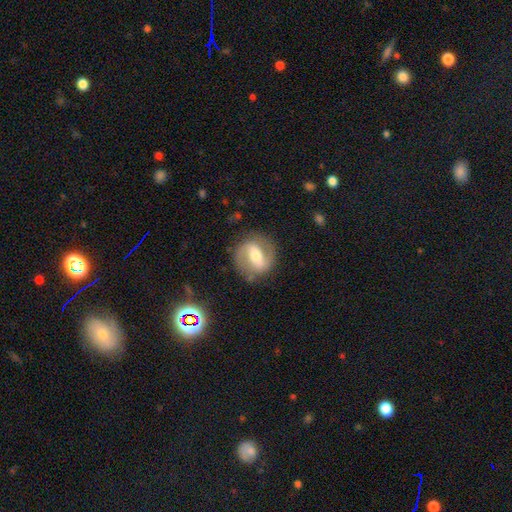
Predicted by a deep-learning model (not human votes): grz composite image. It shows a featured or disk galaxy (74%) with a strong bar (55%), 2 (87%) medium (48%) spiral arms (80%) and a moderate central bulge (64%). Merging: none (79%).